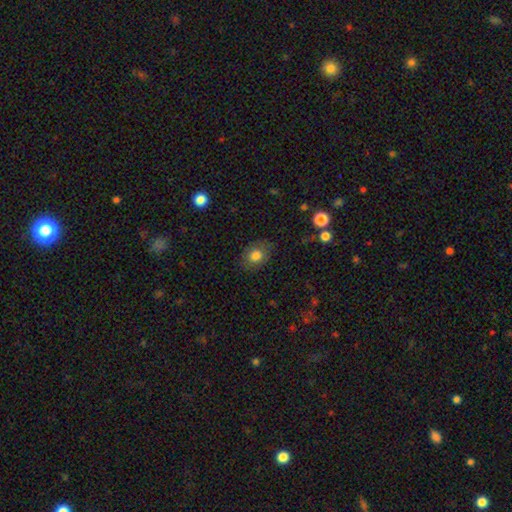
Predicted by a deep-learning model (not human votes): smooth_or_featured: smooth (p=0.79) [alt: featured or disk p=0.11]
how_rounded: in between (p=0.50) [alt: round p=0.49]
merging: none (p=0.79) [alt: minor disturbance p=0.15]